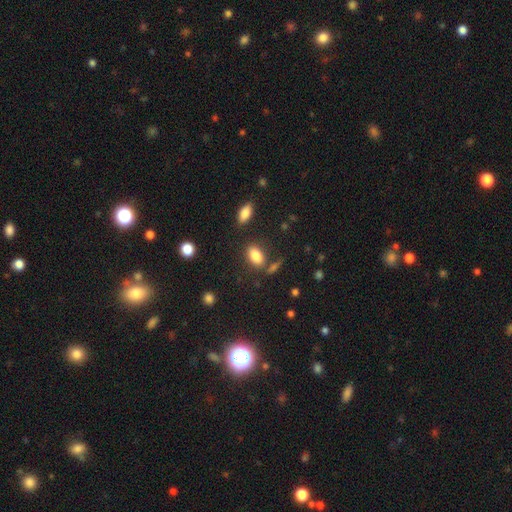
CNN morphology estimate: Smooth or featured?
  - smooth: 85% *
  - star or artifact: 9%
  - featured or disk: 7%
How rounded?
  - in between: 89% *
  - round: 7%
  - cigar-shaped: 4%
Merging?
  - none: 74% *
  - minor disturbance: 13%
  - merger: 9%
  - major disturbance: 5%